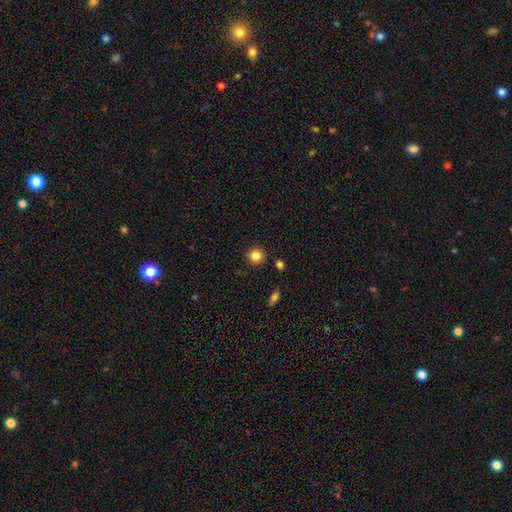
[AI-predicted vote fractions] Overall: smooth (84%). How rounded: round (92%). Merging: none (89%).